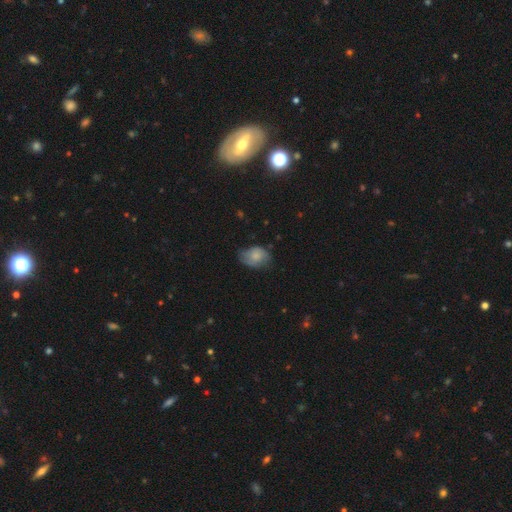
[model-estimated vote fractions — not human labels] Morphology: type=smooth (71%); roundness=in between (73%); merging=none (52%).